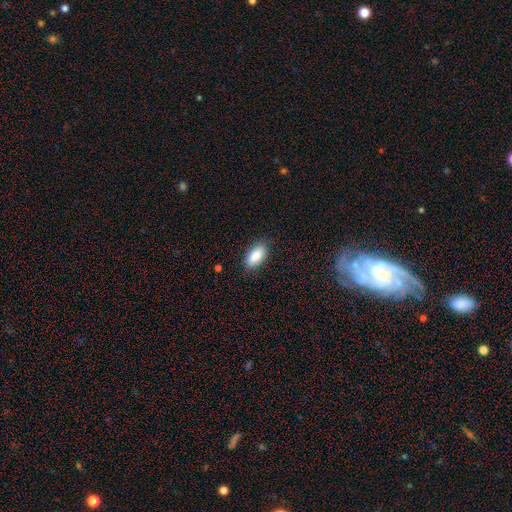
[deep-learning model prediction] A smooth galaxy with no disk features (85%) that is in between round and cigar-shaped (91%).

Vote fractions:
- Smooth or featured? smooth: 85% / featured or disk: 8% / star or artifact: 7%
- How rounded? in between: 91% / cigar-shaped: 5% / round: 3%
- Merging? none: 85% / minor disturbance: 12% / major disturbance: 3% / merger: 1%